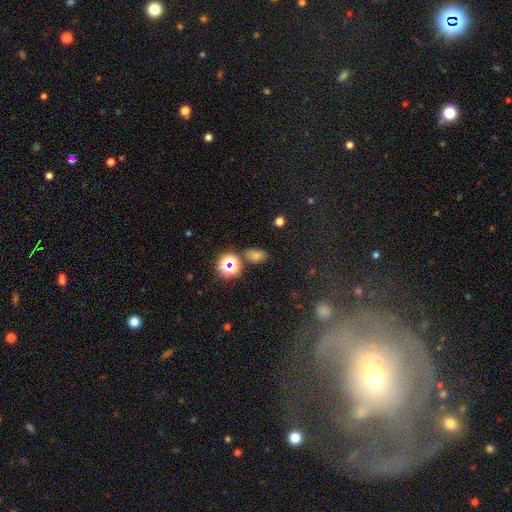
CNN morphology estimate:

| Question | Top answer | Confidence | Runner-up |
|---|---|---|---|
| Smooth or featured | smooth | 47% | star or artifact (41%) |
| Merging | none | 75% | minor disturbance (11%) |